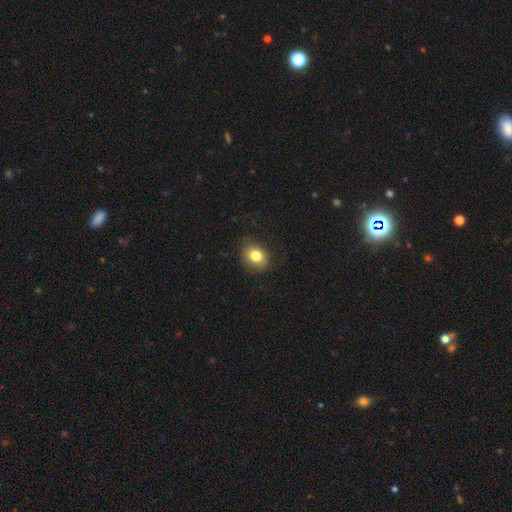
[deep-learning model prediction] Overall: smooth (82%). How rounded: round (54%; in between 45%). Merging: none (83%).